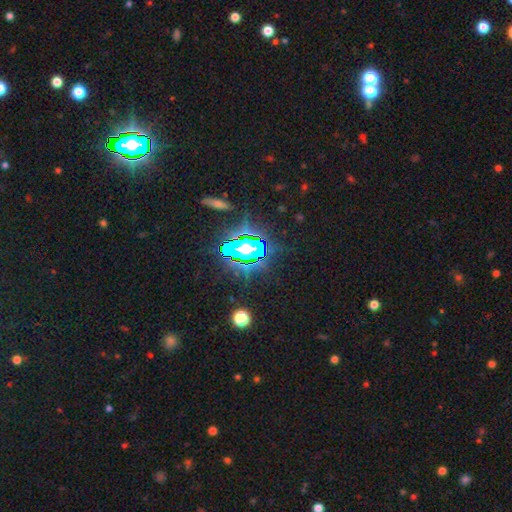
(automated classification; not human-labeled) smooth-or-featured: star or artifact: 75% | smooth: 14% | featured or disk: 11%